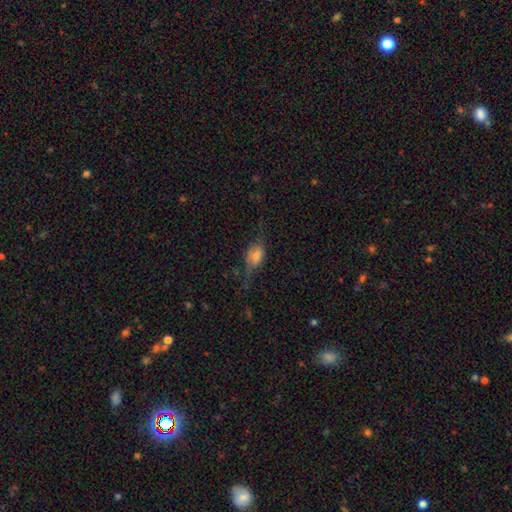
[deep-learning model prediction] Smooth or featured?
  - smooth: 45% *
  - featured or disk: 43%
  - star or artifact: 12%
Merging?
  - none: 51% *
  - minor disturbance: 25%
  - major disturbance: 22%
  - merger: 2%